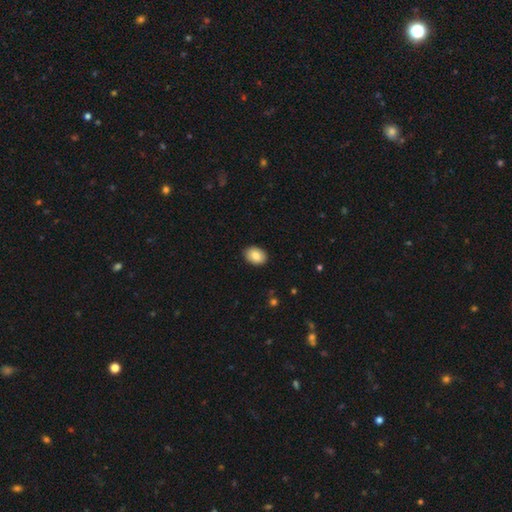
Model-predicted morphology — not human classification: Overall: smooth (84%). How rounded: in between (79%). Merging: none (90%).